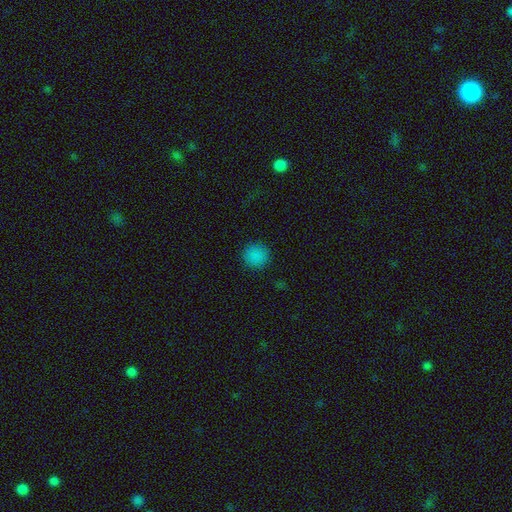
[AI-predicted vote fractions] Overall: smooth (84%). How rounded: round (94%). Merging: none (91%).